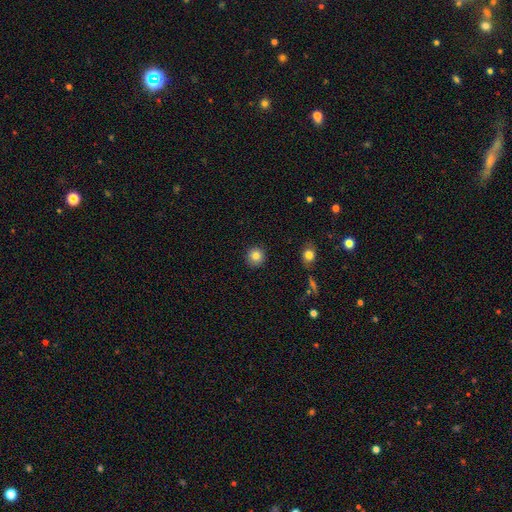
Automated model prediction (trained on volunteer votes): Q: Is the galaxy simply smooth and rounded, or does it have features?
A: smooth — 84%.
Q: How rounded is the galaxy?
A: round — 93%.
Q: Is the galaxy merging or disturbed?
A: none — 92%.